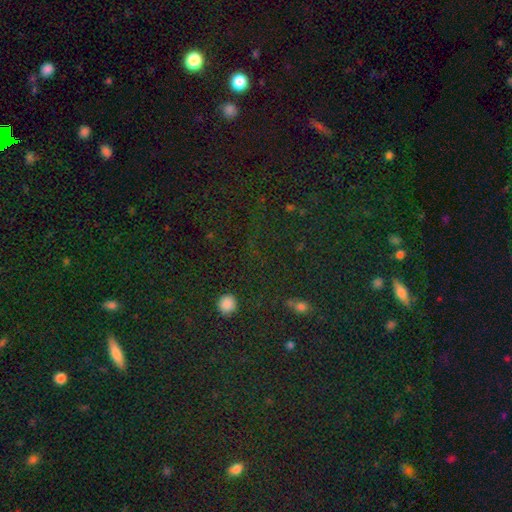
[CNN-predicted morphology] Smooth or featured? Predicted: star or artifact (p=0.68).